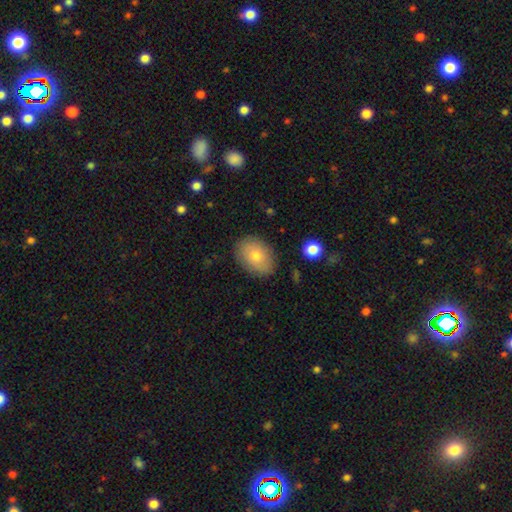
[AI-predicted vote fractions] Q: Smooth or featured?
A: smooth (72%); runner-up: featured or disk (20%)
Q: How rounded?
A: in between (77%); runner-up: round (22%)
Q: Merging?
A: none (85%); runner-up: minor disturbance (11%)